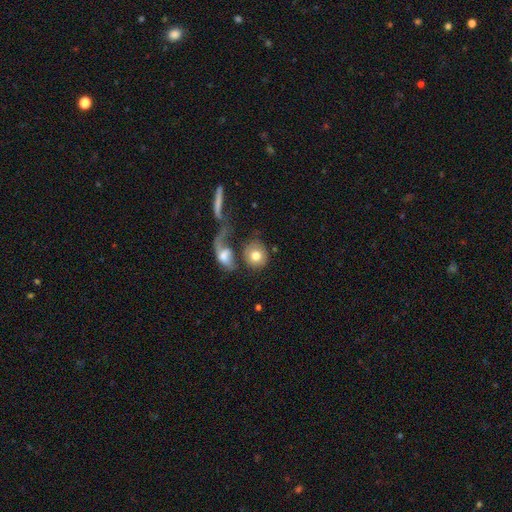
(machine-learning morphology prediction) smooth 74%, featured or disk 18%, star or artifact 8%. Down the decision tree: how rounded — round (78%); merging — none (48%).